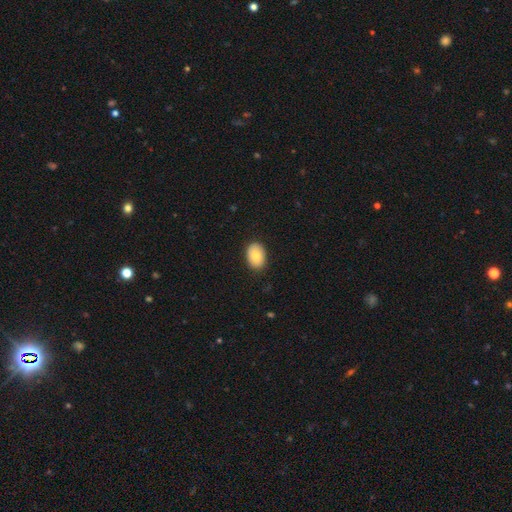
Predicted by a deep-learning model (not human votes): Smooth or featured?
  - smooth: 83% *
  - featured or disk: 10%
  - star or artifact: 7%
How rounded?
  - in between: 83% *
  - round: 16%
  - cigar-shaped: 1%
Merging?
  - none: 87% *
  - minor disturbance: 10%
  - major disturbance: 2%
  - merger: 1%